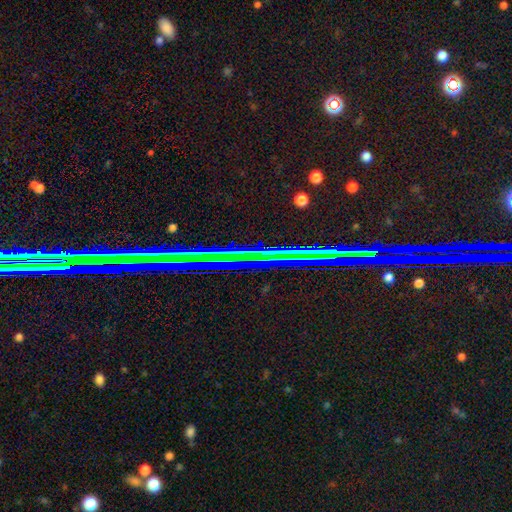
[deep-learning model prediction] smooth_or_featured: star or artifact (p=0.74) [alt: featured or disk p=0.16]